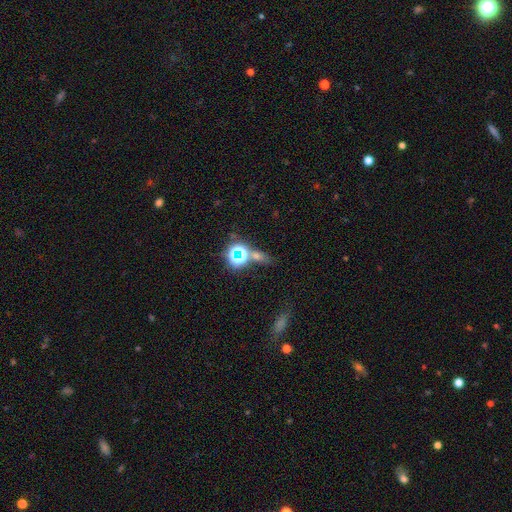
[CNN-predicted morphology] A star or artifact, not a galaxy (54%).

Vote fractions:
- Smooth or featured? star or artifact: 54% / smooth: 35% / featured or disk: 11%